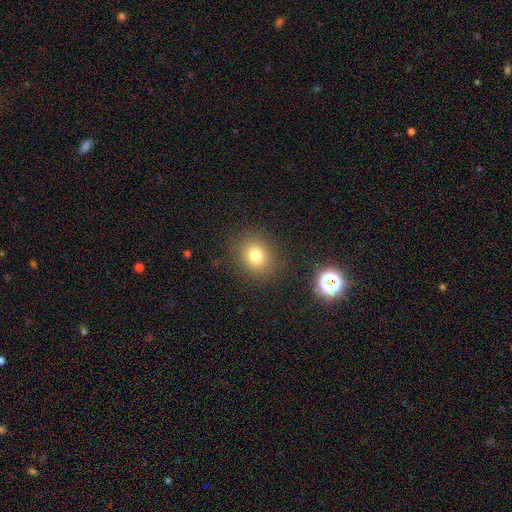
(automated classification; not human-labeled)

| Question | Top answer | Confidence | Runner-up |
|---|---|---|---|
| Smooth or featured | smooth | 77% | star or artifact (15%) |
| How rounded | round | 66% | in between (33%) |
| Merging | none | 86% | minor disturbance (9%) |